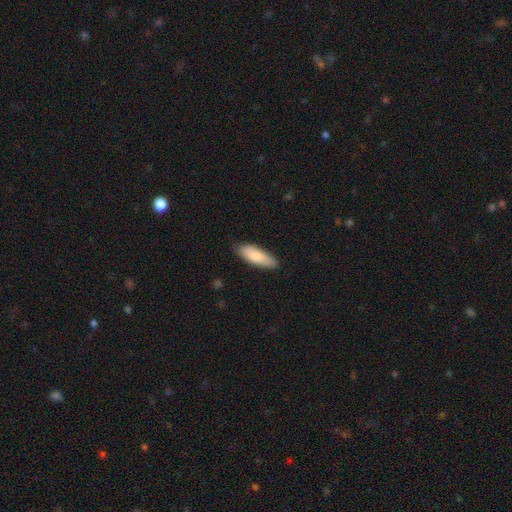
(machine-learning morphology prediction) A smooth galaxy with no disk features (81%) that is in between round and cigar-shaped (64%). Merging: none (81%).